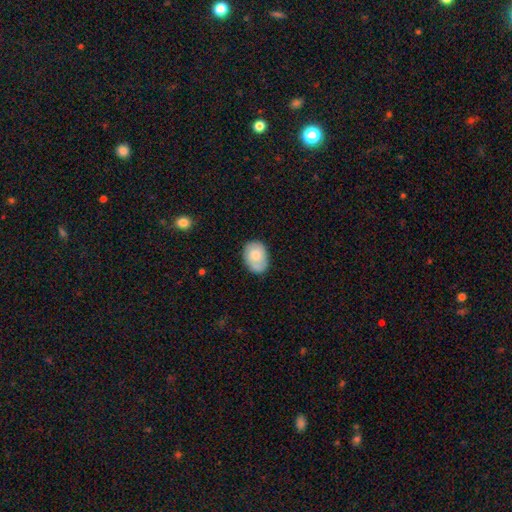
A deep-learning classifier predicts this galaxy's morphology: Smooth or featured: smooth — 69% (featured or disk — 24%)
How rounded: in between — 67% (round — 32%)
Merging: none — 71% (minor disturbance — 21%)